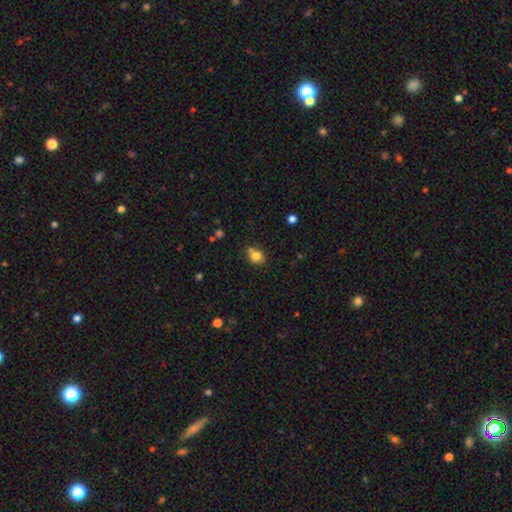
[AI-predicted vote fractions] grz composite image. It shows a smooth galaxy with no disk features (79%) that is round (68%). Merging: none (61%).